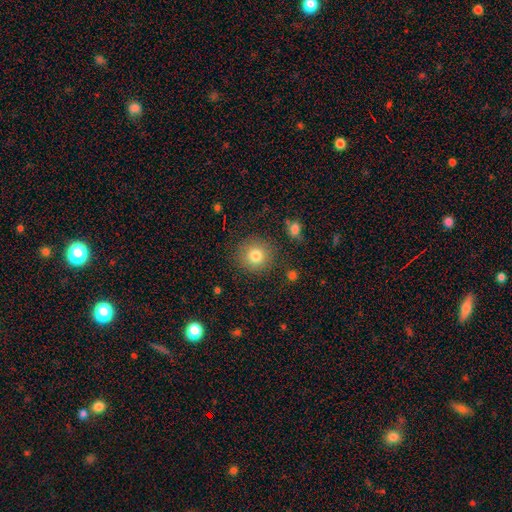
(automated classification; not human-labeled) Smooth or featured? smooth (81%)
How rounded? round (93%)
Merging? none (87%)